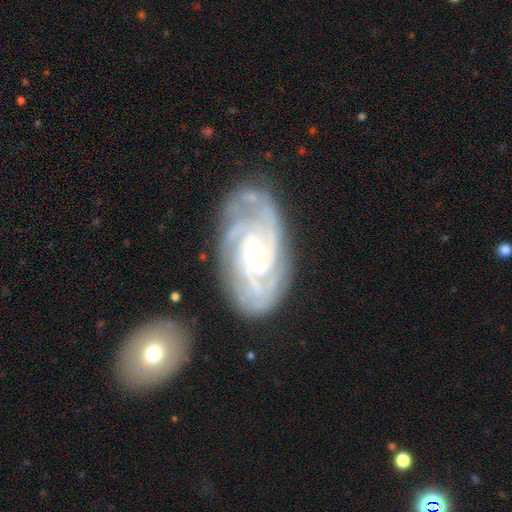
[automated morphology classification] smooth_or_featured: featured or disk (p=0.87) [alt: smooth p=0.07]
disk_edge_on: no (p=0.96) [alt: yes p=0.04]
bar: weak (p=0.48) [alt: no p=0.30]
has_spiral_arms: yes (p=0.97) [alt: no p=0.03]
spiral_winding: tight (p=0.66) [alt: medium p=0.29]
spiral_arm_count: 3 (p=0.26) [alt: can't tell p=0.23]
bulge_size: small (p=0.58) [alt: moderate p=0.35]
merging: none (p=0.74) [alt: minor disturbance p=0.17]